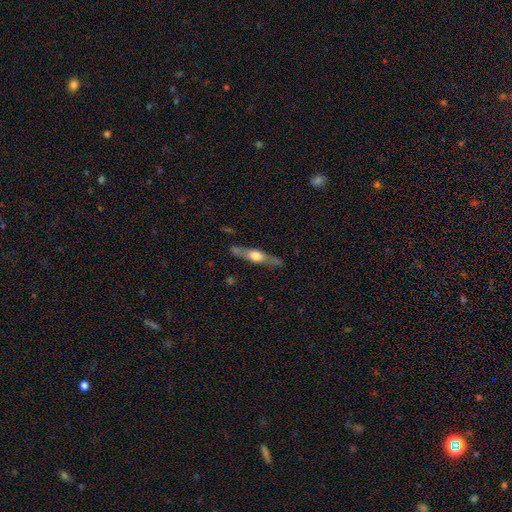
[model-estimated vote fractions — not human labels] Smooth or featured? Predicted: featured or disk (p=0.65). Edge-on disk? Predicted: yes (p=0.93). Edge-on bulge? Predicted: rounded (p=0.91). Merging? Predicted: none (p=0.80).